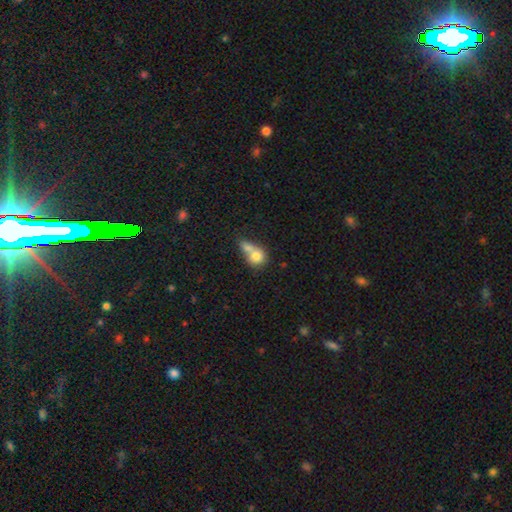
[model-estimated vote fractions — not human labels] A smooth galaxy with no disk features (74%) that is round (68%).

Vote fractions:
- Smooth or featured? smooth: 74% / featured or disk: 17% / star or artifact: 9%
- How rounded? round: 68% / in between: 31% / cigar-shaped: 2%
- Merging? merger: 65% / none: 22% / minor disturbance: 8% / major disturbance: 5%